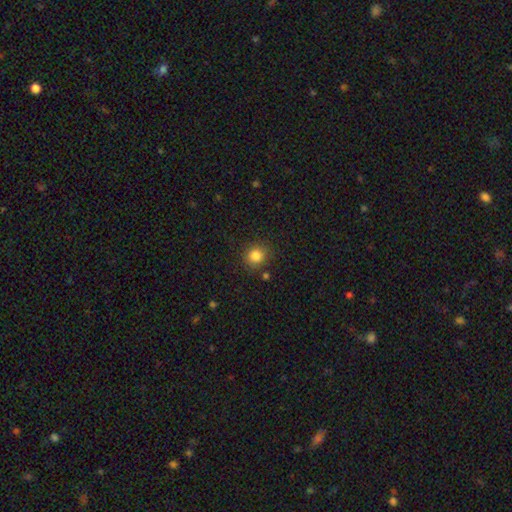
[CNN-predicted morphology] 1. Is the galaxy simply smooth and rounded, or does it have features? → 84% smooth, 11% star or artifact, 5% featured or disk.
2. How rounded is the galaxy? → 85% round, 14% in between, 1% cigar-shaped.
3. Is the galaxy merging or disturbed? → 83% none, 11% minor disturbance, 3% major disturbance, 3% merger.